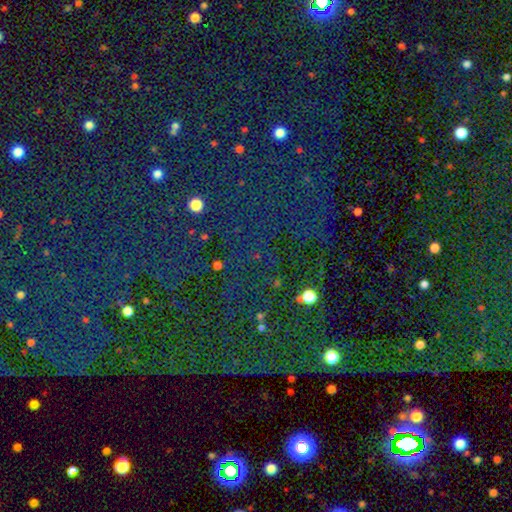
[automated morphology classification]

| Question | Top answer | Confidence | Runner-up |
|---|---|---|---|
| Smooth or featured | star or artifact | 80% | smooth (12%) |